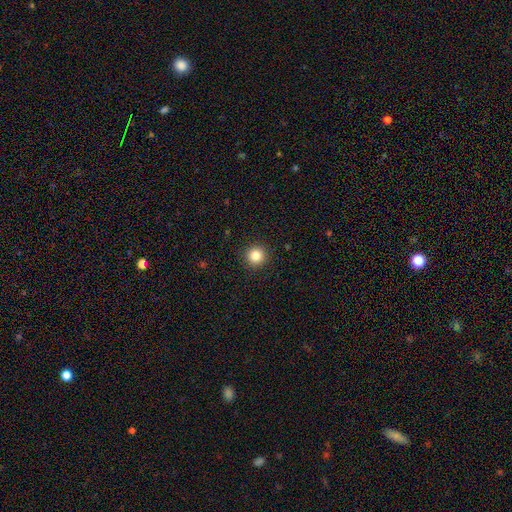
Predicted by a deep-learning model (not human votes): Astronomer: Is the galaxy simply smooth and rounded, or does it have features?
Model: smooth — 84%.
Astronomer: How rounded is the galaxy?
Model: round — 95%.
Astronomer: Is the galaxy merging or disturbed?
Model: none — 92%.